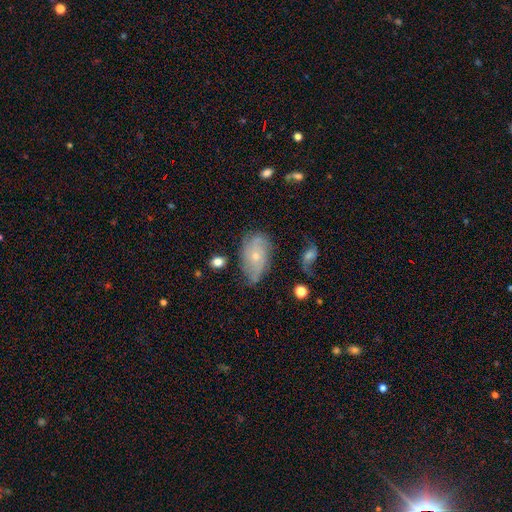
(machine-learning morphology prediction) featured or disk 66%, smooth 26%, star or artifact 9%. Down the decision tree: edge-on disk — no (94%); bar — no (80%); spiral arms — yes (84%); spiral arm count — can't tell (42%); spiral winding — tight (45%); bulge size — small (67%); merging — none (62%).